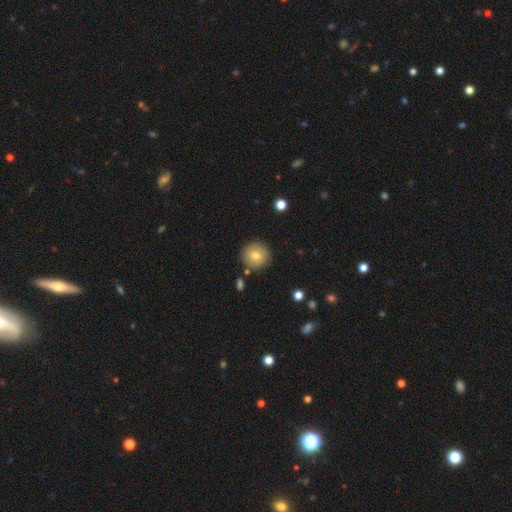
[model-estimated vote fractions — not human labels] smooth_or_featured: smooth (p=0.76) [alt: featured or disk p=0.15]
how_rounded: round (p=0.94) [alt: in between p=0.05]
merging: none (p=0.86) [alt: minor disturbance p=0.09]